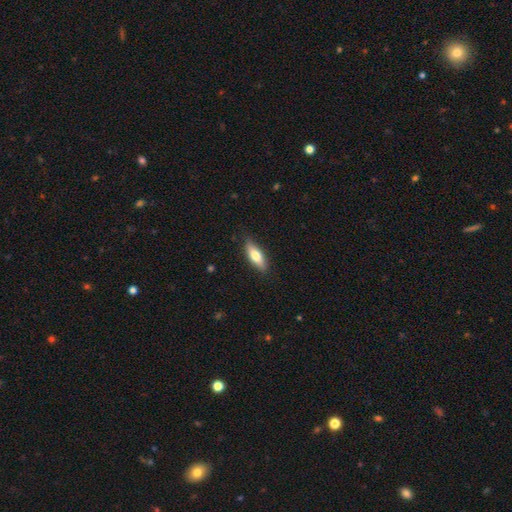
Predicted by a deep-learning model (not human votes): A smooth galaxy with no disk features (72%) that is in between round and cigar-shaped (62%). Merging: none (84%).